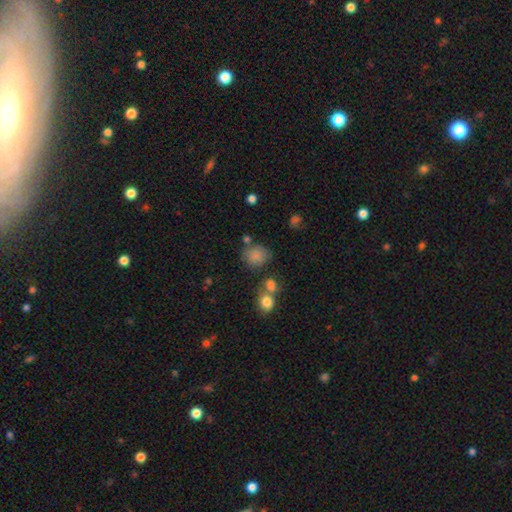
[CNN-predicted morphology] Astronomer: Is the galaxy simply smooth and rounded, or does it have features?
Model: smooth — 81%.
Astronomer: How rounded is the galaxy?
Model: round — 76%.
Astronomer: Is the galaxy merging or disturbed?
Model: none — 61%.